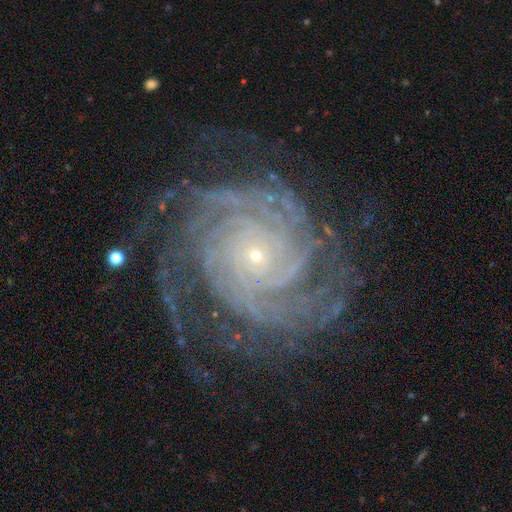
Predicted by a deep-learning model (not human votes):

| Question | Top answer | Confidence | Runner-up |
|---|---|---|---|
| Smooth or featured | featured or disk | 90% | star or artifact (6%) |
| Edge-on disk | no | 97% | yes (3%) |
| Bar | no | 78% | weak (15%) |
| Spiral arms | yes | 98% | no (2%) |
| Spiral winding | tight | 77% | medium (19%) |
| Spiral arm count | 4 | 24% | more than 4 (22%) |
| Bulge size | small | 87% | moderate (8%) |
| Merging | none | 74% | minor disturbance (15%) |